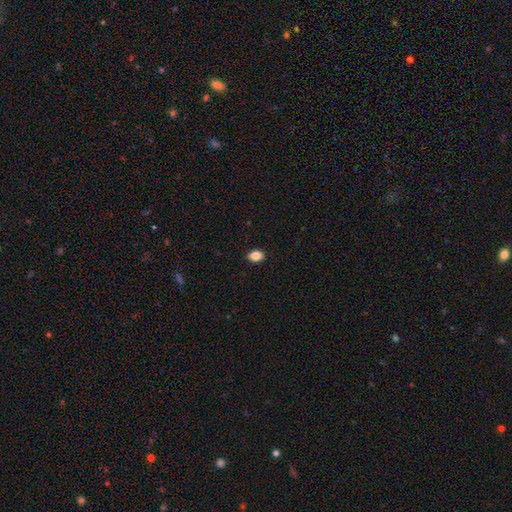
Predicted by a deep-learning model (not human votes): Smooth or featured?
  - smooth: 87% *
  - star or artifact: 9%
  - featured or disk: 4%
How rounded?
  - in between: 70% *
  - round: 29%
  - cigar-shaped: 1%
Merging?
  - none: 90% *
  - minor disturbance: 8%
  - major disturbance: 2%
  - merger: 1%